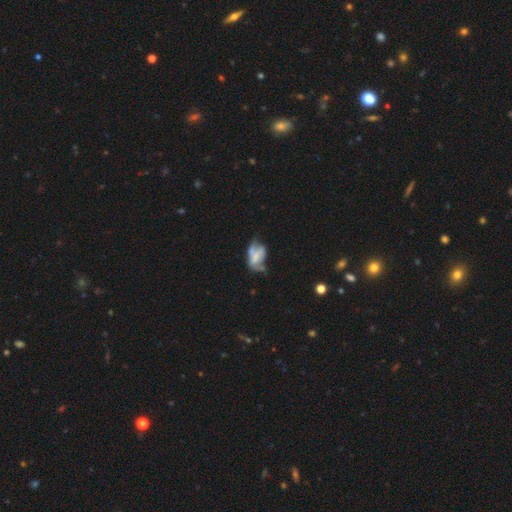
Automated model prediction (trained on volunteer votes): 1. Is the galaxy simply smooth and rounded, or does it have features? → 51% featured or disk, 40% smooth, 10% star or artifact.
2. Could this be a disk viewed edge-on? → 92% no, 8% yes.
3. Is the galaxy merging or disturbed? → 31% major disturbance, 26% none, 25% minor disturbance, 18% merger.